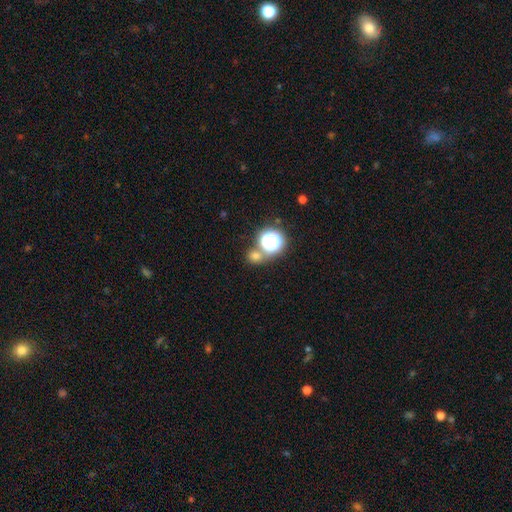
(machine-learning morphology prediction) A smooth galaxy with no disk features (64%) that is round (81%).

Vote fractions:
- Smooth or featured? smooth: 64% / star or artifact: 28% / featured or disk: 7%
- How rounded? round: 81% / in between: 17% / cigar-shaped: 1%
- Merging? none: 64% / merger: 24% / minor disturbance: 8% / major disturbance: 4%